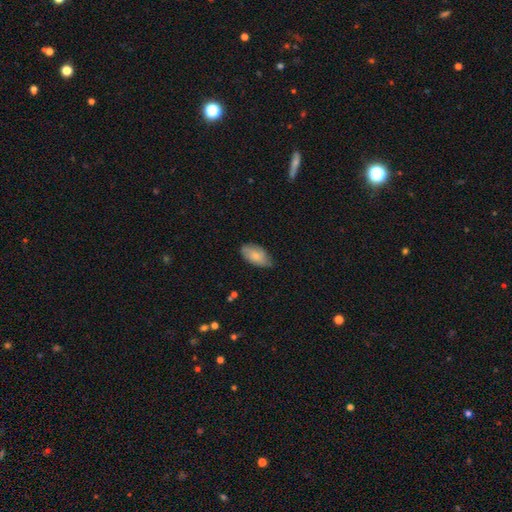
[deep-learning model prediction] Smooth or featured? Predicted: smooth (p=0.77). How rounded? Predicted: in between (p=0.94). Merging? Predicted: none (p=0.68).